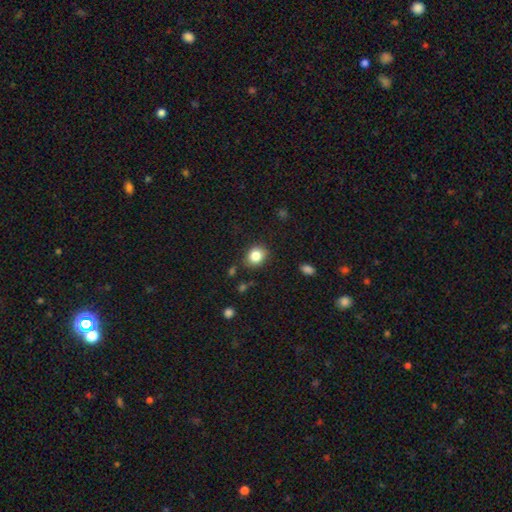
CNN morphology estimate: Q: Smooth or featured?
A: smooth (83%); runner-up: star or artifact (10%)
Q: How rounded?
A: round (58%); runner-up: in between (41%)
Q: Merging?
A: none (83%); runner-up: minor disturbance (12%)